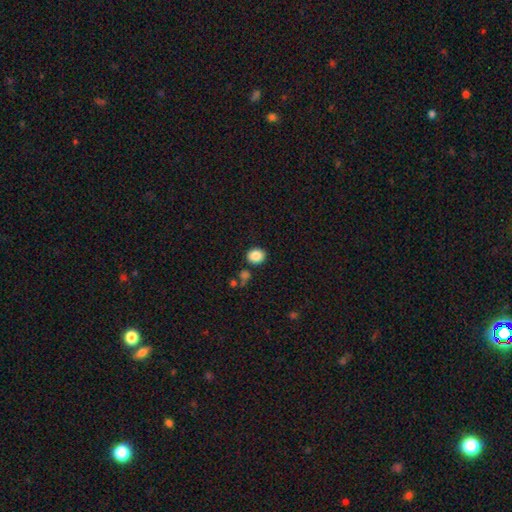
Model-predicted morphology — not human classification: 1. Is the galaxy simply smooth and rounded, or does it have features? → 86% smooth, 9% star or artifact, 4% featured or disk.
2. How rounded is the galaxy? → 65% round, 35% in between, 1% cigar-shaped.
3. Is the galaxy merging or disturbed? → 84% none, 9% minor disturbance, 5% merger, 3% major disturbance.